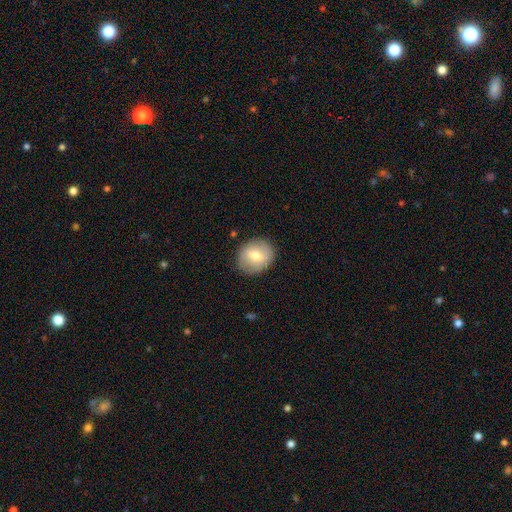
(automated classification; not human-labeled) smooth-or-featured: smooth: 66% | featured or disk: 27% | star or artifact: 7%
  how-rounded: round: 71% | in between: 28% | cigar-shaped: 1%
  merging: none: 86% | minor disturbance: 10% | major disturbance: 3% | merger: 1%